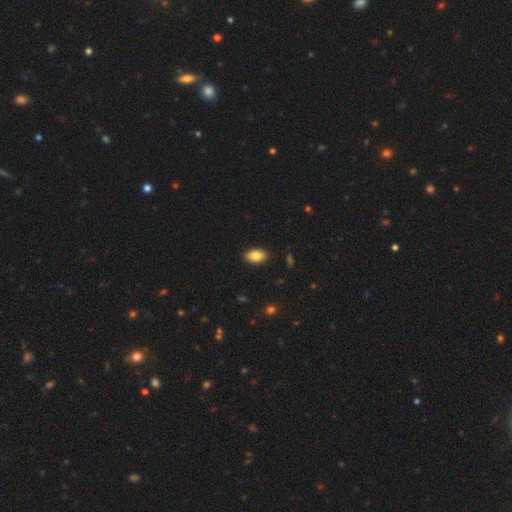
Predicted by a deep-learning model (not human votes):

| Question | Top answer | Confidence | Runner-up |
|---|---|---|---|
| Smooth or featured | smooth | 85% | star or artifact (7%) |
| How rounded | in between | 92% | round (7%) |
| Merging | none | 90% | minor disturbance (8%) |